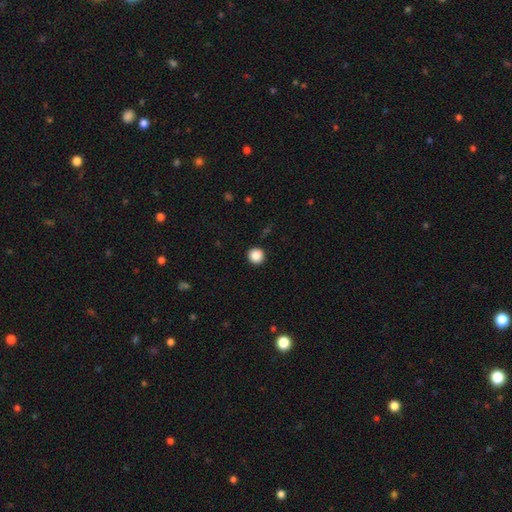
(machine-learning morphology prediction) Q: Smooth or featured?
A: smooth (88%); runner-up: star or artifact (9%)
Q: How rounded?
A: round (95%); runner-up: in between (4%)
Q: Merging?
A: none (93%); runner-up: minor disturbance (5%)